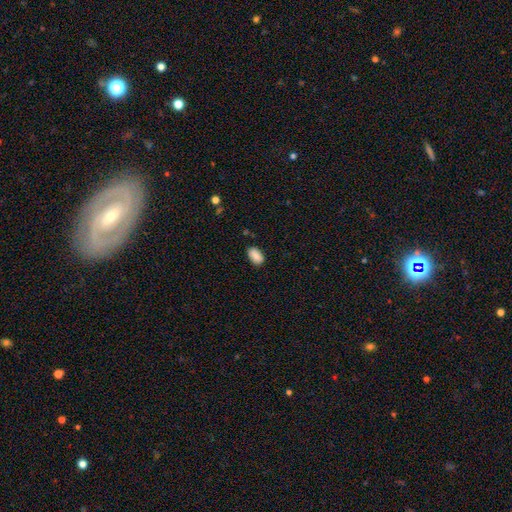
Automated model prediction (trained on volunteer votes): Smooth or featured? smooth (87%)
How rounded? in between (92%)
Merging? none (84%)